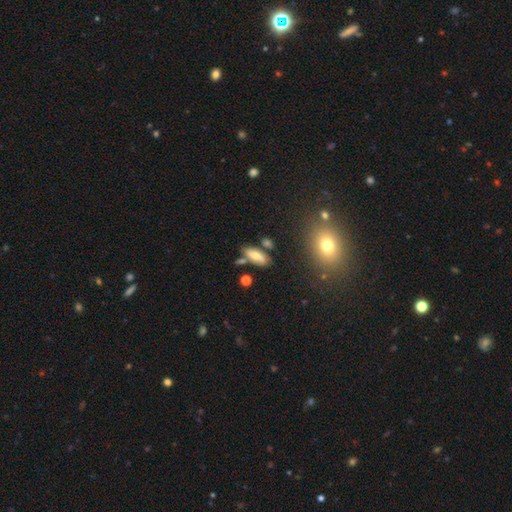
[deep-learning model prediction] Smooth or featured?
  - smooth: 61% *
  - featured or disk: 29%
  - star or artifact: 9%
How rounded?
  - in between: 77% *
  - cigar-shaped: 19%
  - round: 3%
Merging?
  - none: 67% *
  - minor disturbance: 17%
  - merger: 11%
  - major disturbance: 5%